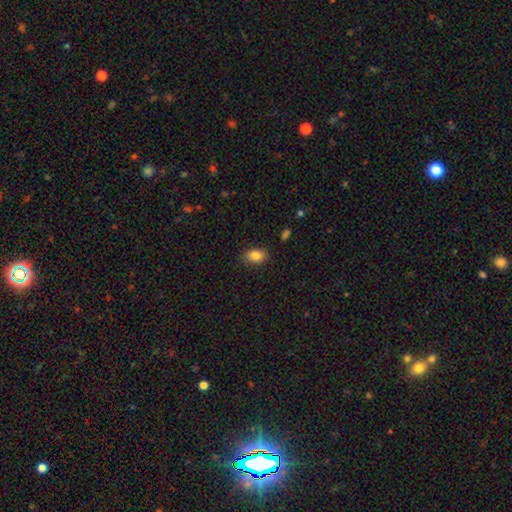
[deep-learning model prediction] smooth-or-featured: smooth: 84% | star or artifact: 8% | featured or disk: 8%
  how-rounded: in between: 86% | round: 12% | cigar-shaped: 2%
  merging: none: 85% | minor disturbance: 12% | major disturbance: 3% | merger: 1%